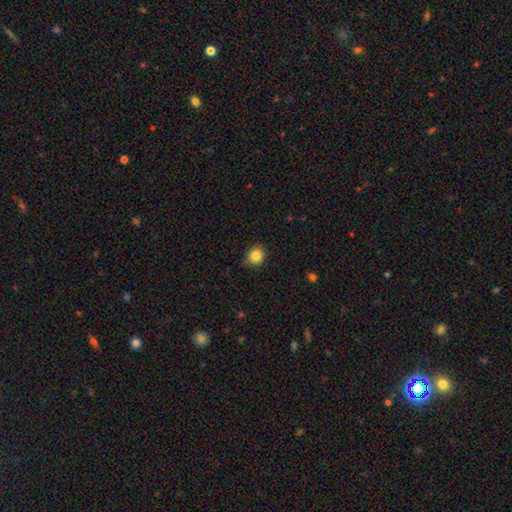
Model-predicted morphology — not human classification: smooth-or-featured: smooth: 85% | star or artifact: 10% | featured or disk: 5%
  how-rounded: round: 81% | in between: 18% | cigar-shaped: 1%
  merging: none: 80% | minor disturbance: 16% | major disturbance: 3% | merger: 1%